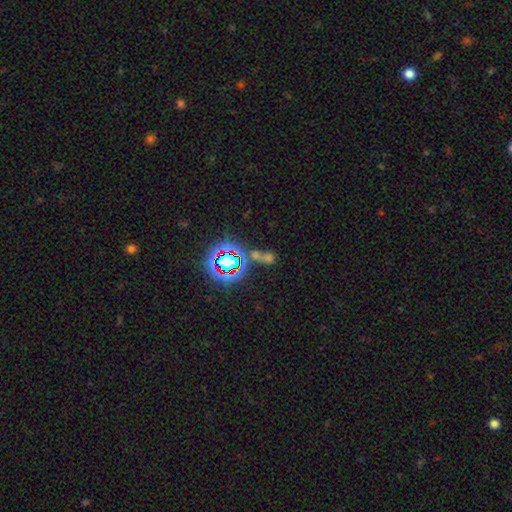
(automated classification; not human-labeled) Smooth or featured?
  - star or artifact: 58% *
  - smooth: 30%
  - featured or disk: 12%